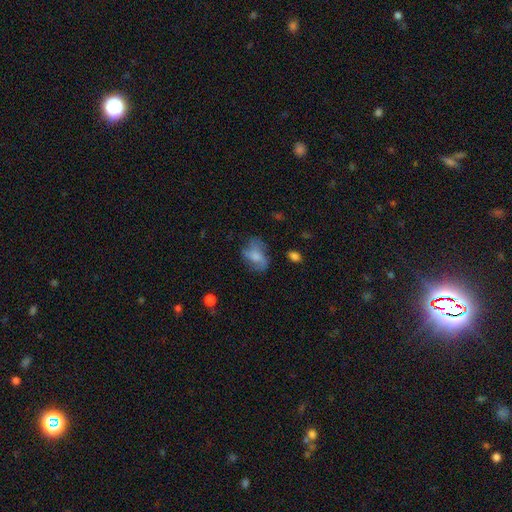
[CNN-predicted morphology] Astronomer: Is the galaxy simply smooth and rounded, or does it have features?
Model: smooth — 51% (runner-up: featured or disk, 39%).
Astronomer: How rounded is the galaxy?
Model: in between — 77%.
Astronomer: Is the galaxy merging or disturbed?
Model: none — 53%.